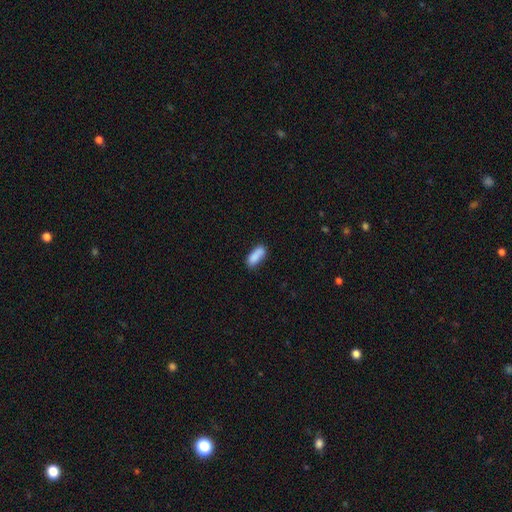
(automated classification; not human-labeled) The model was most divided on "merging": none: 65%, minor disturbance: 22%, merger: 8%, major disturbance: 5%. More confident: smooth or featured — smooth (85%); how rounded — in between (74%).